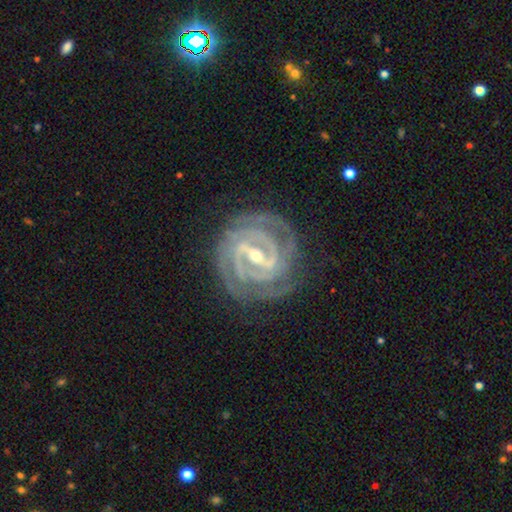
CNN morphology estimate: A featured or disk galaxy (91%) with a strong bar (66%), 2 (33%) tight (84%) spiral arms (98%) and a small central bulge (53%). Merging: none (82%).